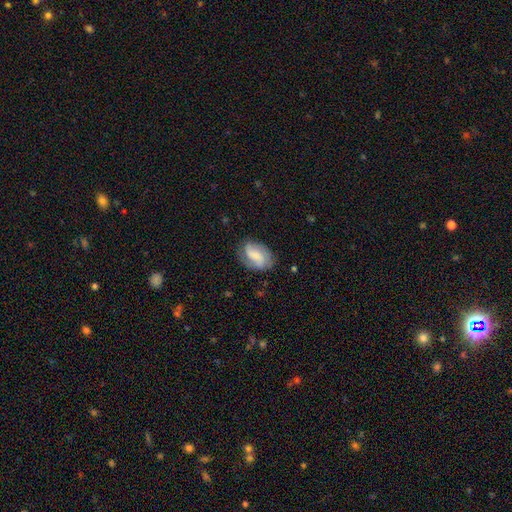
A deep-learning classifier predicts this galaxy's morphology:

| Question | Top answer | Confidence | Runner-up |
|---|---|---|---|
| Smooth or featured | featured or disk | 55% | smooth (37%) |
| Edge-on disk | no | 97% | yes (3%) |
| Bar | no | 45% | weak (42%) |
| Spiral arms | yes | 89% | no (11%) |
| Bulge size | small | 42% | moderate (29%) |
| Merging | none | 73% | minor disturbance (19%) |